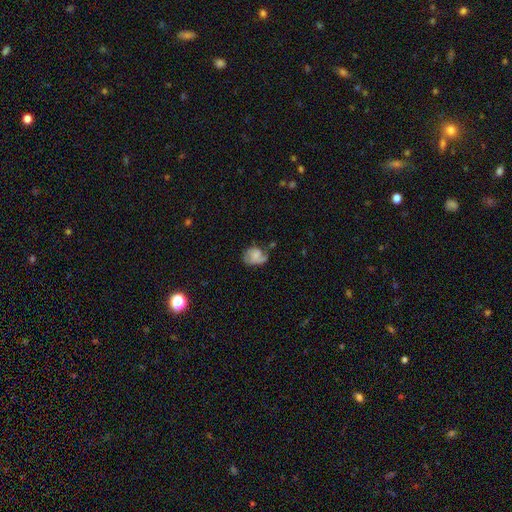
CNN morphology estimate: smooth-or-featured: smooth: 52% | featured or disk: 38% | star or artifact: 9%
  how-rounded: in between: 60% | round: 39% | cigar-shaped: 1%
  merging: none: 39% | minor disturbance: 32% | major disturbance: 22% | merger: 7%